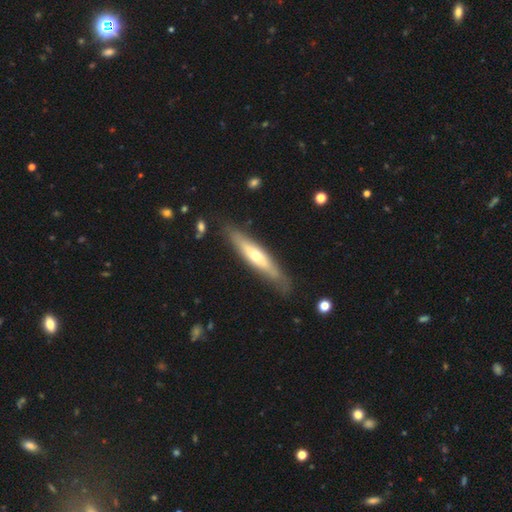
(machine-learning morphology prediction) Smooth or featured?
  - featured or disk: 56% *
  - smooth: 38%
  - star or artifact: 6%
Edge-on disk?
  - yes: 74% *
  - no: 26%
Merging?
  - none: 80% *
  - minor disturbance: 14%
  - major disturbance: 4%
  - merger: 2%